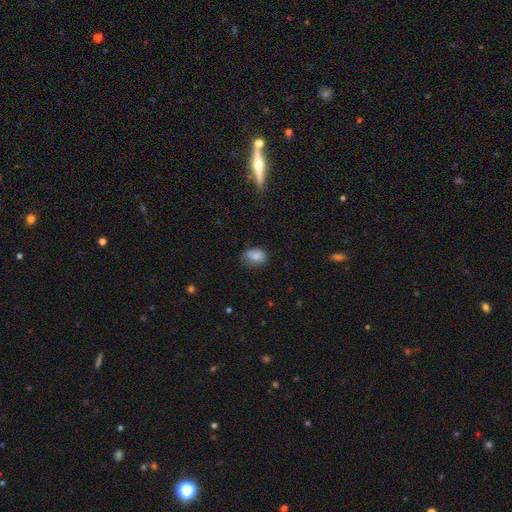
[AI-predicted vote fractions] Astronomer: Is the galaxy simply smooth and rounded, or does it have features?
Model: smooth — 85%.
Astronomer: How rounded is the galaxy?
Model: in between — 77%.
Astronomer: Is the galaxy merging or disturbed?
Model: none — 67%.